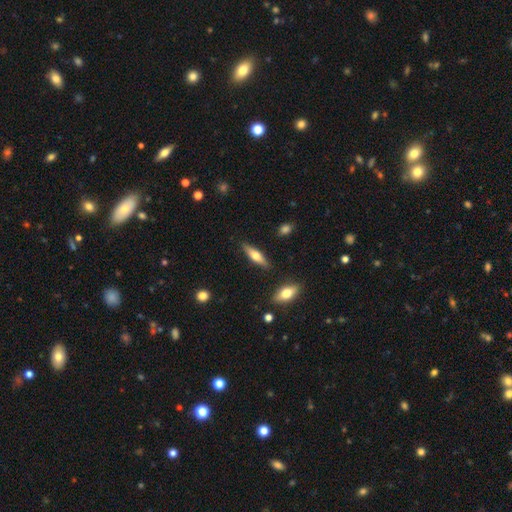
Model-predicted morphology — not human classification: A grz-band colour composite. It shows a smooth galaxy with no disk features (51%) that is cigar-shaped (62%). Merging: none (85%).